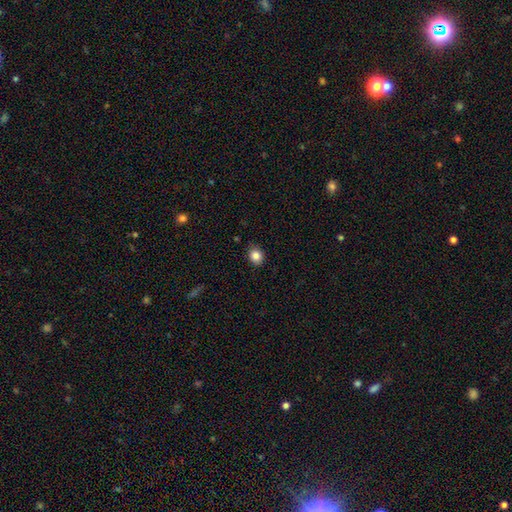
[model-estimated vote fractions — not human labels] This appears to be a smooth galaxy with no disk features (85%) that is round (70%). Merging: none (85%).